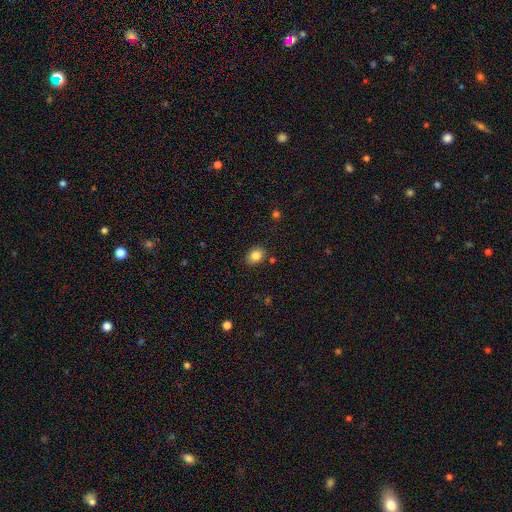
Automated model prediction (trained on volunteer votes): This appears to be a smooth galaxy with no disk features (84%) that is round (50%). Merging: none (81%).